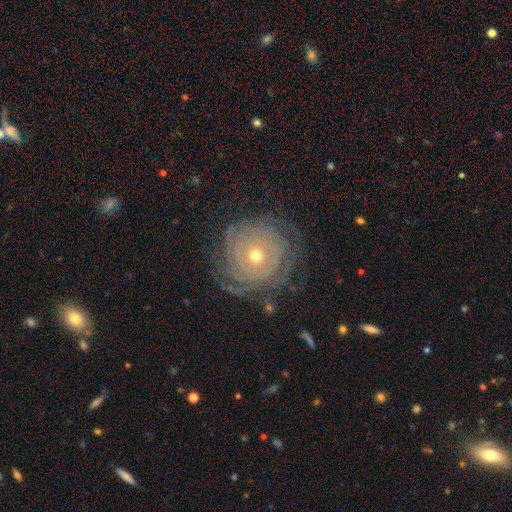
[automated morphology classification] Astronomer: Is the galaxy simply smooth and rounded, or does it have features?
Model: featured or disk — 80%.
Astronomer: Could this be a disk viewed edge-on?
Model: no — 97%.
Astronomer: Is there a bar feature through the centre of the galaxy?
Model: no — 81%.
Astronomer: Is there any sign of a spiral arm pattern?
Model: yes — 91%.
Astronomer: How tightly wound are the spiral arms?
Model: tight — 85%.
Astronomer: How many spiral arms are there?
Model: can't tell — 43%.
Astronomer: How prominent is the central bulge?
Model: small — 49% (runner-up: moderate, 48%).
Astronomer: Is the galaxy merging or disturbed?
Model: none — 75%.